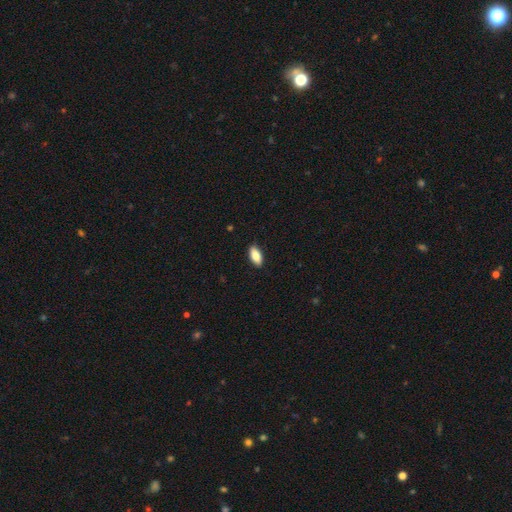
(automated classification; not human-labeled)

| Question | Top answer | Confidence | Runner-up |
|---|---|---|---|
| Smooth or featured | smooth | 85% | featured or disk (9%) |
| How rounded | in between | 88% | cigar-shaped (9%) |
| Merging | none | 89% | minor disturbance (9%) |